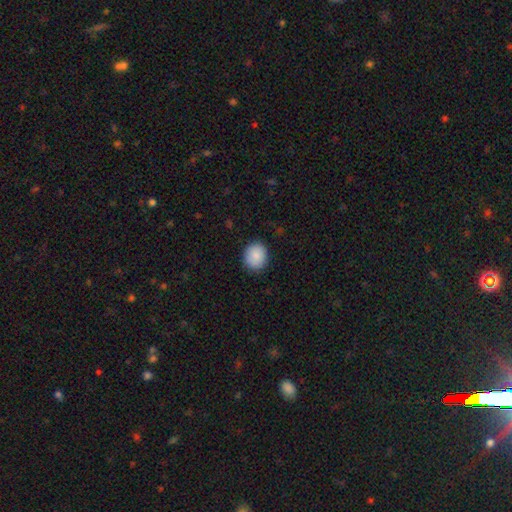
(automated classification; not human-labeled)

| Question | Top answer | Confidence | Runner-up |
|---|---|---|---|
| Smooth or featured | smooth | 88% | star or artifact (7%) |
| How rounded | round | 76% | in between (23%) |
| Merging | none | 87% | minor disturbance (10%) |